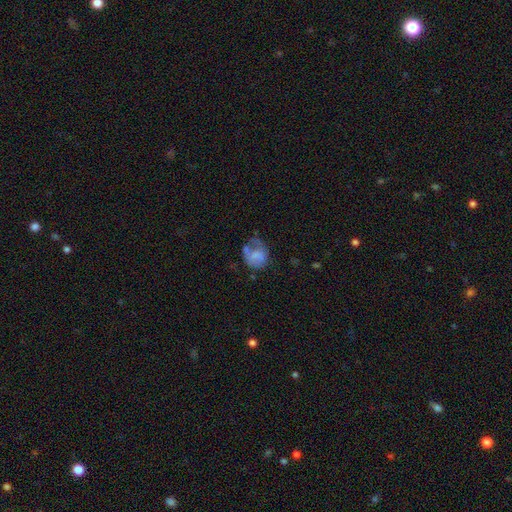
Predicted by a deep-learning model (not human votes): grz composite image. It shows a smooth galaxy with no disk features (58%) that is round (64%). Merging: none (33%).